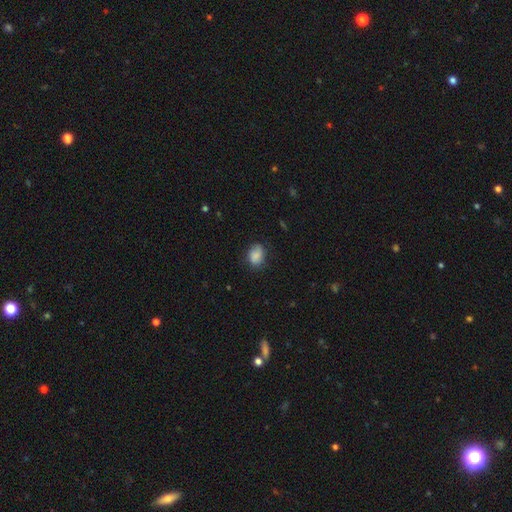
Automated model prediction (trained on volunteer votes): Smooth or featured? smooth (79%)
How rounded? in between (67%)
Merging? none (66%)